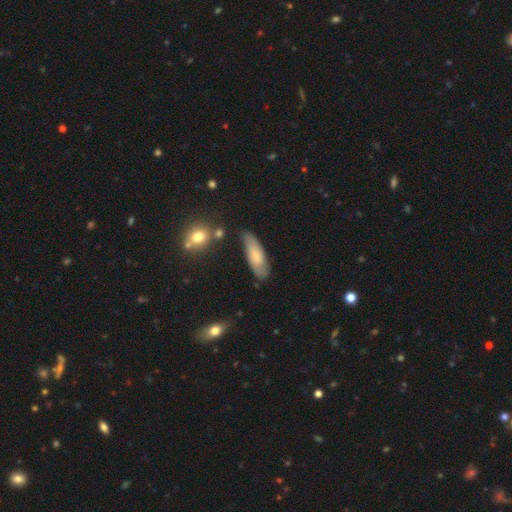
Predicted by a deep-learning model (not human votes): smooth_or_featured: smooth (p=0.59) [alt: featured or disk p=0.35]
how_rounded: in between (p=0.61) [alt: cigar-shaped p=0.37]
merging: none (p=0.71) [alt: minor disturbance p=0.21]